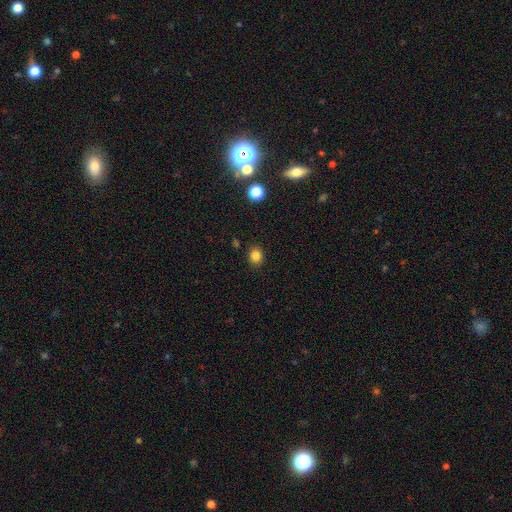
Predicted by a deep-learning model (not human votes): This appears to be a smooth galaxy with no disk features (83%) that is round (65%). Merging: none (88%).